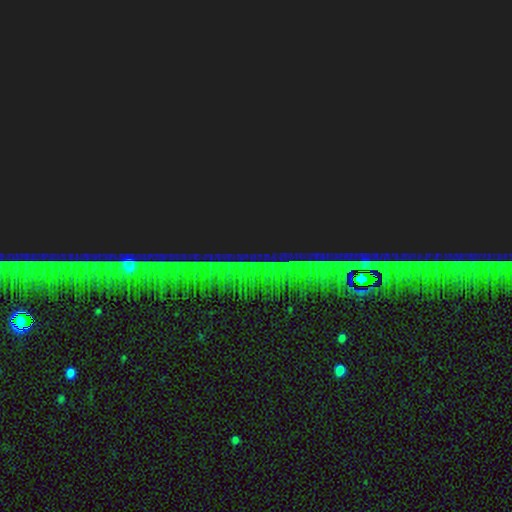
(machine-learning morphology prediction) Smooth or featured? star or artifact (86%)